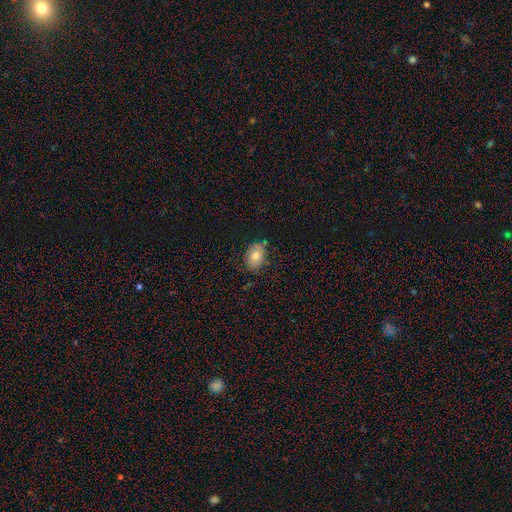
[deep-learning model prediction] Smooth or featured?
  - smooth: 75% *
  - featured or disk: 16%
  - star or artifact: 9%
How rounded?
  - in between: 76% *
  - round: 23%
  - cigar-shaped: 1%
Merging?
  - none: 74% *
  - minor disturbance: 19%
  - major disturbance: 4%
  - merger: 3%